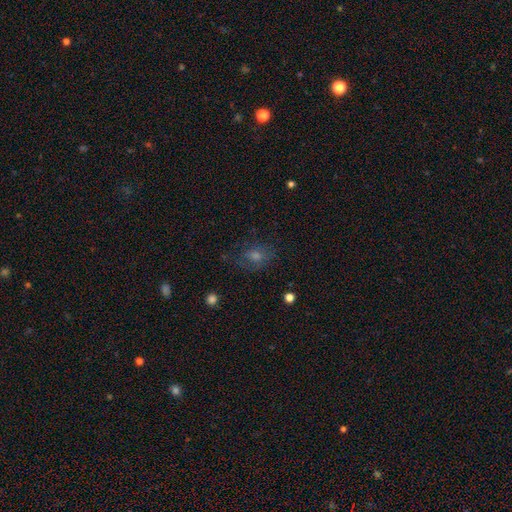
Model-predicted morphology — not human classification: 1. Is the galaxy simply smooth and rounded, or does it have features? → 46% smooth, 28% featured or disk, 26% star or artifact.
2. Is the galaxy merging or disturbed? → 68% none, 19% minor disturbance, 11% major disturbance, 2% merger.